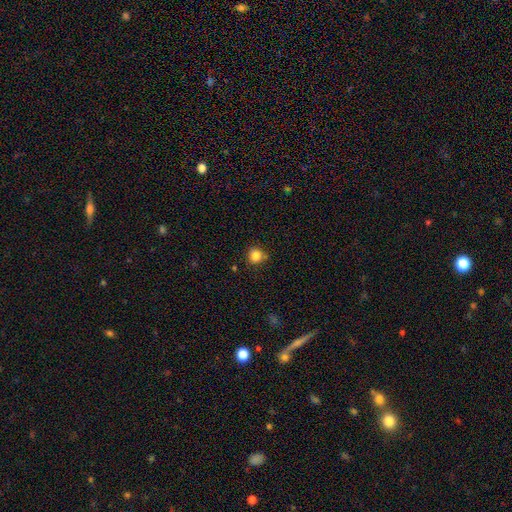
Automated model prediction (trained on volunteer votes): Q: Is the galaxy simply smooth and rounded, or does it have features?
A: smooth — 84%.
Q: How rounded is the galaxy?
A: round — 90%.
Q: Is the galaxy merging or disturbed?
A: none — 81%.